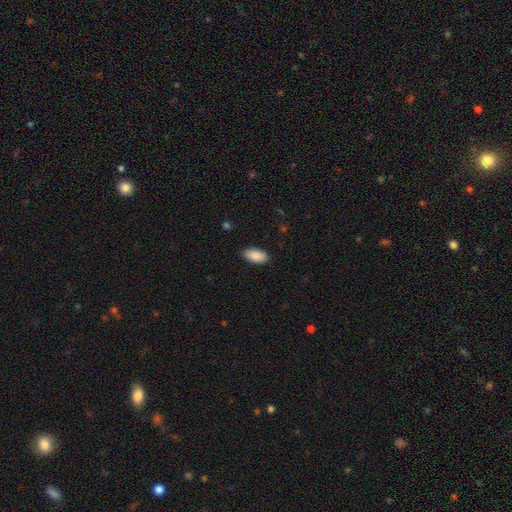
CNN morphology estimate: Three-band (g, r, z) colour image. It shows a smooth galaxy with no disk features (90%) that is in between round and cigar-shaped (94%). Merging: none (87%).